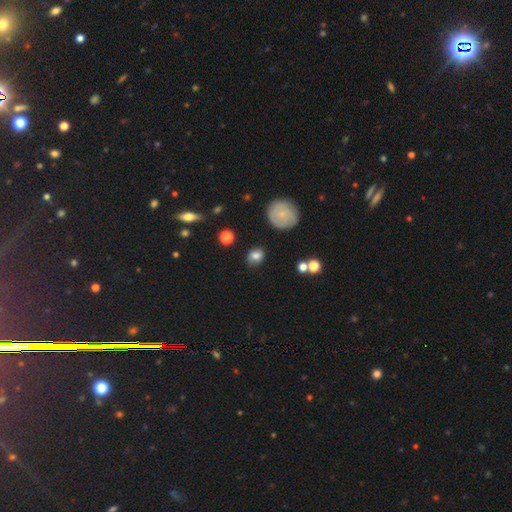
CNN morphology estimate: The model was most divided on "how rounded": round: 58%, in between: 41%, cigar-shaped: 1%. More confident: smooth or featured — smooth (78%); merging — none (75%).